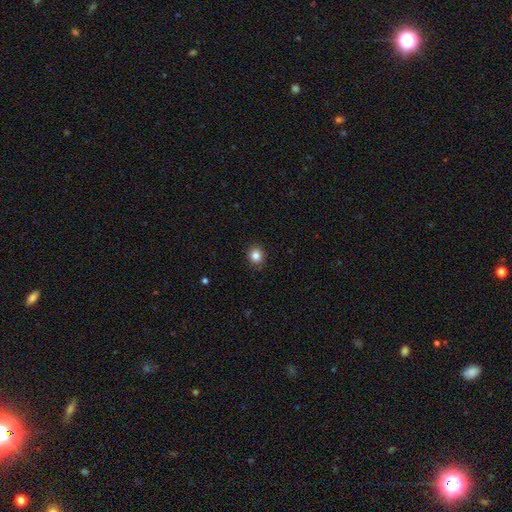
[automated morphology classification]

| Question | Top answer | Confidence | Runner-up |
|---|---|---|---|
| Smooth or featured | smooth | 83% | star or artifact (11%) |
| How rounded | round | 83% | in between (17%) |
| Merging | none | 89% | minor disturbance (8%) |